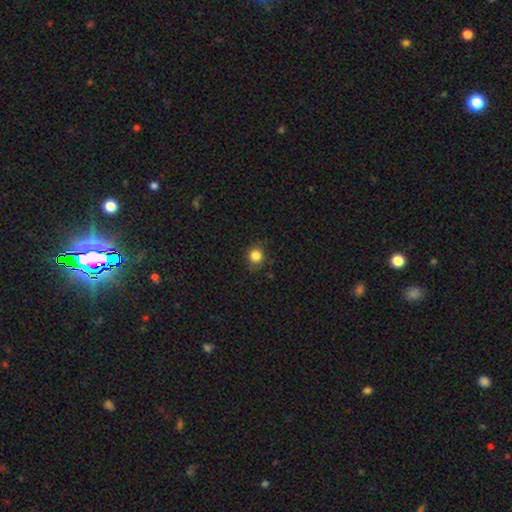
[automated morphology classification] The model was most divided on "smooth or featured": smooth: 84%, star or artifact: 12%, featured or disk: 4%. More confident: how rounded — round (93%); merging — none (88%).